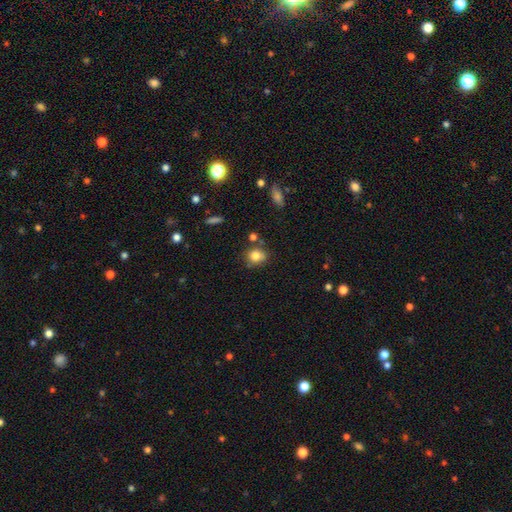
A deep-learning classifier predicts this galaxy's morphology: The model was most divided on "how rounded": round: 72%, in between: 27%, cigar-shaped: 1%. More confident: smooth or featured — smooth (80%); merging — none (69%).